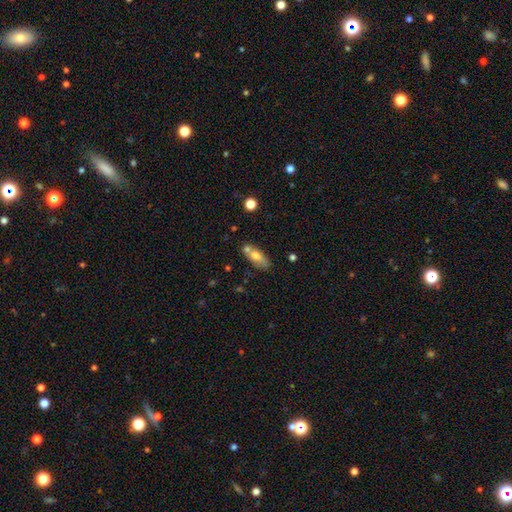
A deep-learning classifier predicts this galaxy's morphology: smooth_or_featured: smooth (p=0.67) [alt: featured or disk p=0.26]
how_rounded: in between (p=0.80) [alt: cigar-shaped p=0.15]
merging: none (p=0.55) [alt: merger p=0.24]